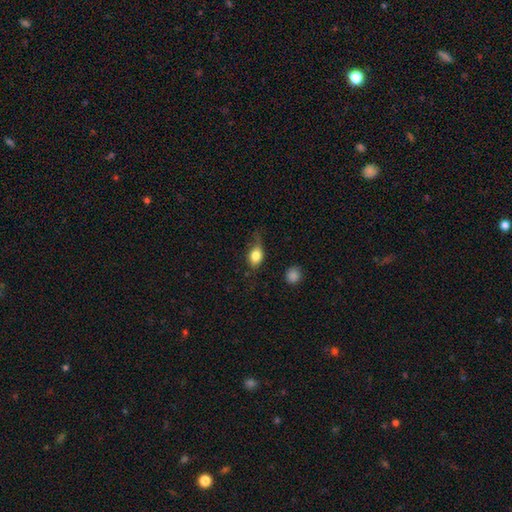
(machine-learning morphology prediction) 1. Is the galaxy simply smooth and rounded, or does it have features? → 80% smooth, 12% featured or disk, 8% star or artifact.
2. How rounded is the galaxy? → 69% in between, 28% round, 4% cigar-shaped.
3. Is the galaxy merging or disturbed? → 47% none, 34% minor disturbance, 16% major disturbance, 3% merger.